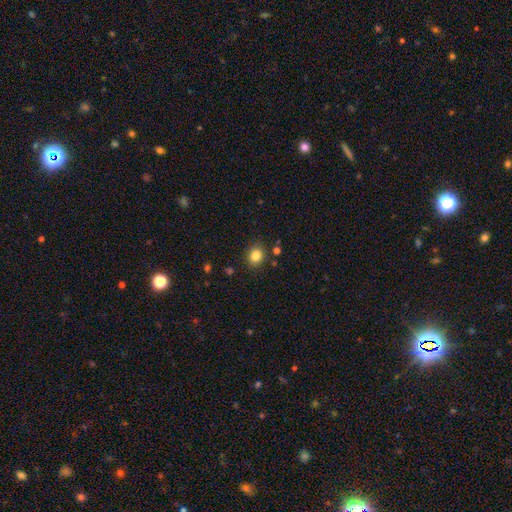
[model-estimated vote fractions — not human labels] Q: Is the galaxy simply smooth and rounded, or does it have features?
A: smooth — 83%.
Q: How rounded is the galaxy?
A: round — 65%.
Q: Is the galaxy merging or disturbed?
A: none — 86%.